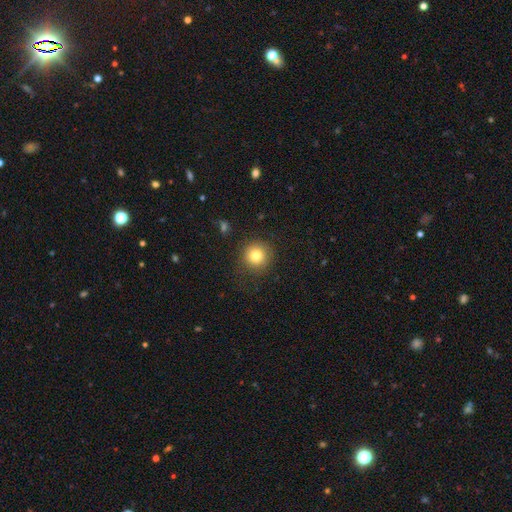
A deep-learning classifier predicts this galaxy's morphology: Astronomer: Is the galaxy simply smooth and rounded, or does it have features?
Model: smooth — 80%.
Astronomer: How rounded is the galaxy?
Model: round — 94%.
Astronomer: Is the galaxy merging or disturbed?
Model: none — 87%.